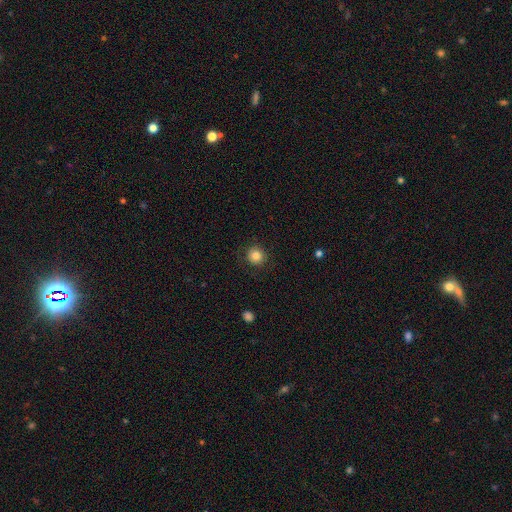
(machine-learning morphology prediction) A smooth galaxy with no disk features (83%) that is round (92%). Merging: none (88%).